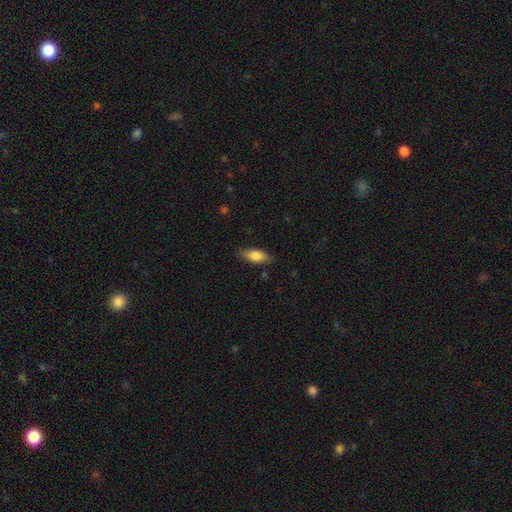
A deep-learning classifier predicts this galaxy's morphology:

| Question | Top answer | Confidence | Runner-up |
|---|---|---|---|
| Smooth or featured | smooth | 80% | featured or disk (13%) |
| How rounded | in between | 82% | cigar-shaped (15%) |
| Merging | none | 82% | minor disturbance (14%) |